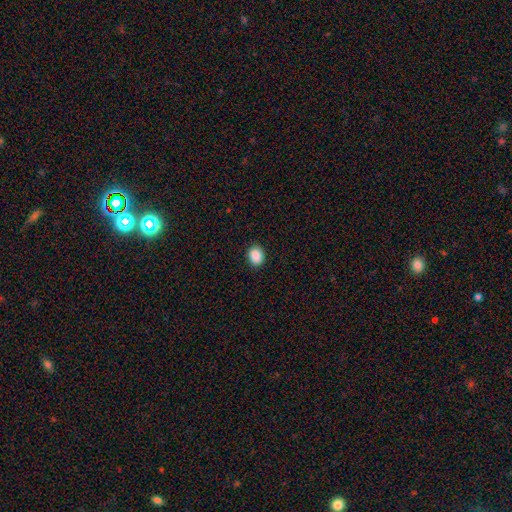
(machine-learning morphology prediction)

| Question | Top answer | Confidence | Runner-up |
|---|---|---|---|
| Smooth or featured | smooth | 89% | star or artifact (8%) |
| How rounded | in between | 52% | round (47%) |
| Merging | none | 90% | minor disturbance (7%) |